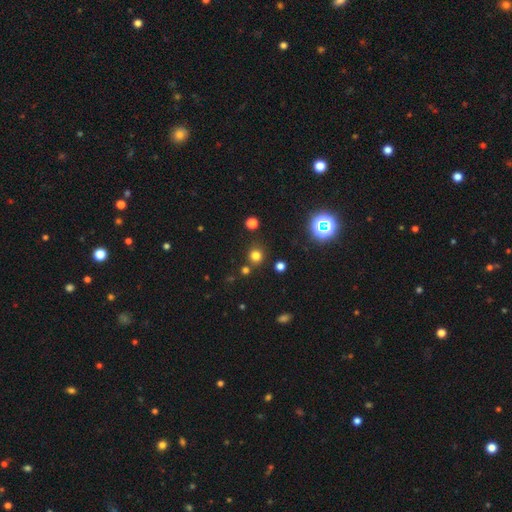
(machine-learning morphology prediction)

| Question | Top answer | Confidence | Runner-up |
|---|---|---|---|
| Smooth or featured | smooth | 72% | star or artifact (22%) |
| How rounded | round | 90% | in between (9%) |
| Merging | none | 82% | minor disturbance (8%) |